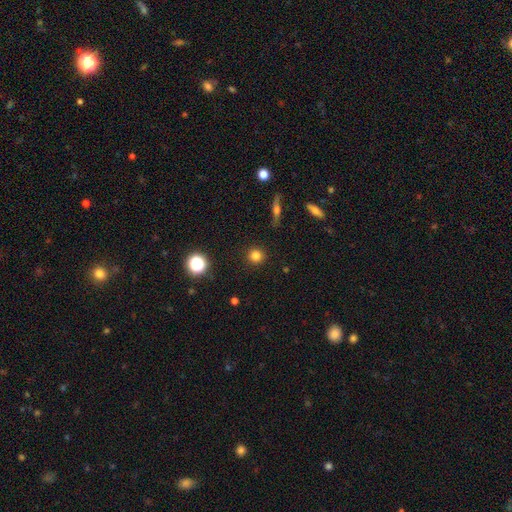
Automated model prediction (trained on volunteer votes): Q: Smooth or featured?
A: smooth (81%); runner-up: star or artifact (13%)
Q: How rounded?
A: round (94%); runner-up: in between (5%)
Q: Merging?
A: none (91%); runner-up: minor disturbance (5%)